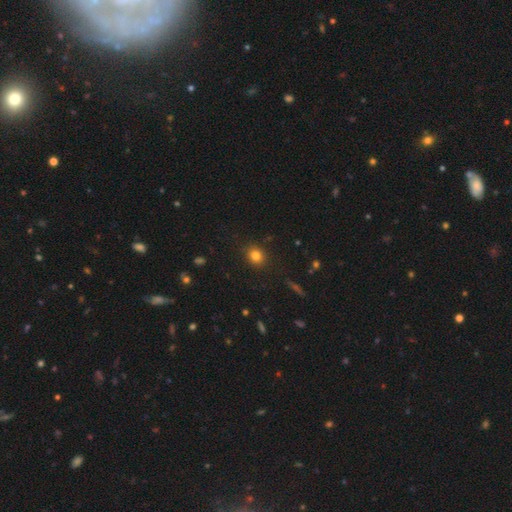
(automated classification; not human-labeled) smooth 81%, star or artifact 13%, featured or disk 6%. Down the decision tree: how rounded — round (77%); merging — none (89%).